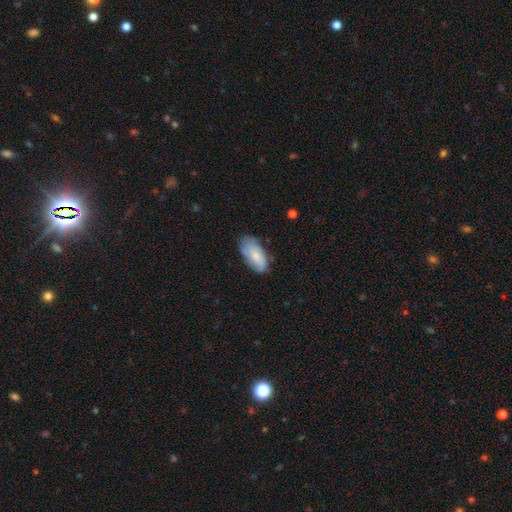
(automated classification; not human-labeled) Smooth or featured: smooth — 69% (featured or disk — 25%)
How rounded: in between — 93% (cigar-shaped — 5%)
Merging: none — 65% (minor disturbance — 27%)